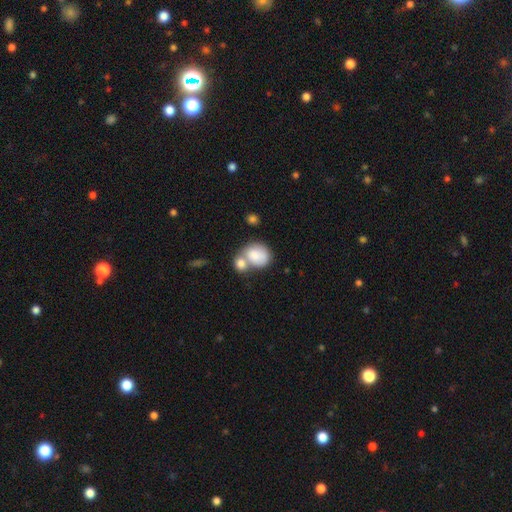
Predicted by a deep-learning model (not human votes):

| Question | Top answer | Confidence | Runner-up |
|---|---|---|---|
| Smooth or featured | smooth | 81% | featured or disk (13%) |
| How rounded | round | 54% | in between (44%) |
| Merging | merger | 57% | none (27%) |